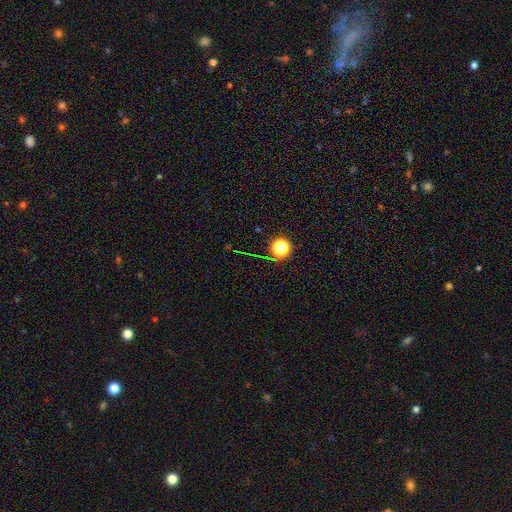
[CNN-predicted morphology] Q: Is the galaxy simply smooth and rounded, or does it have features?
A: star or artifact — 69%.